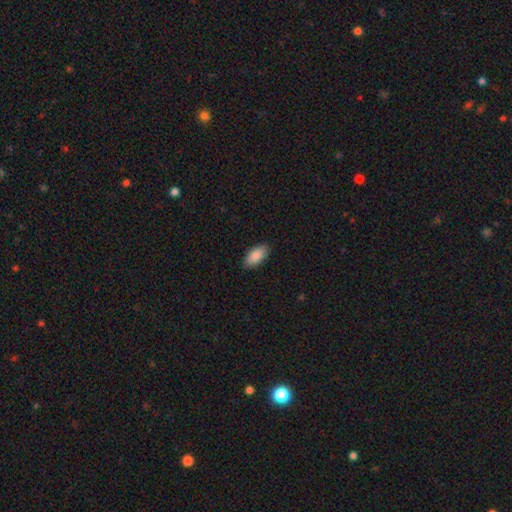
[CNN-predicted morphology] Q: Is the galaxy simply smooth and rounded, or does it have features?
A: smooth — 89%.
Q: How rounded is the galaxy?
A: in between — 91%.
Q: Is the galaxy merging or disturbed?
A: none — 89%.